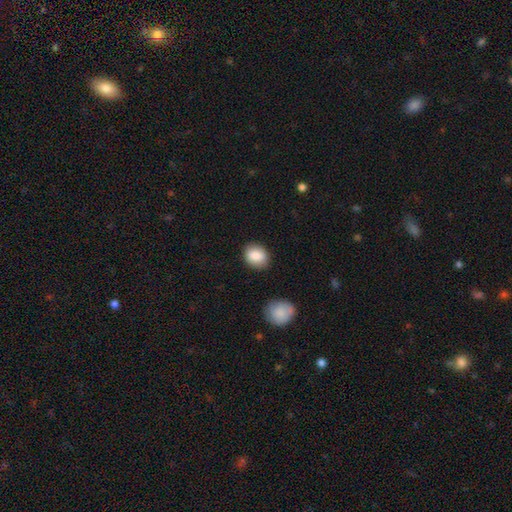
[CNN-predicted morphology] Smooth or featured? smooth (85%)
How rounded? in between (52%)
Merging? none (84%)